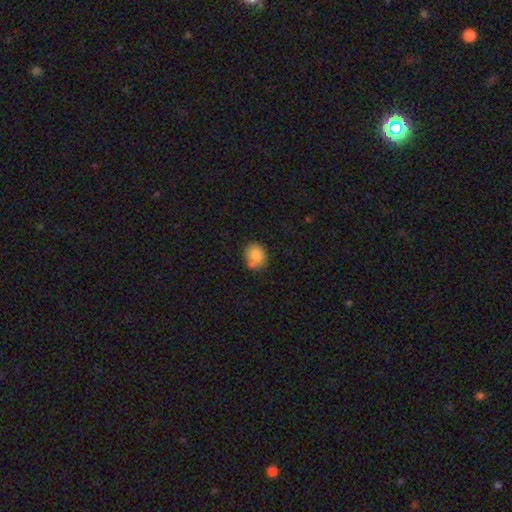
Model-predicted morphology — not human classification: Smooth or featured?
  - smooth: 83% *
  - featured or disk: 9%
  - star or artifact: 8%
How rounded?
  - round: 51% *
  - in between: 49%
  - cigar-shaped: 1%
Merging?
  - none: 64% *
  - minor disturbance: 19%
  - merger: 13%
  - major disturbance: 4%